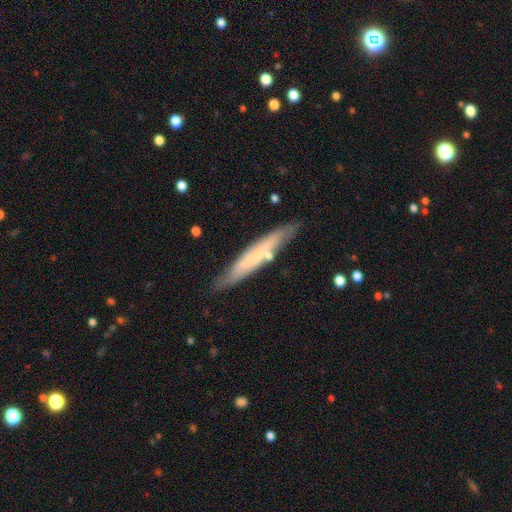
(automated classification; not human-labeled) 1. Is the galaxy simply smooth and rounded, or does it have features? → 48% smooth, 45% featured or disk, 6% star or artifact.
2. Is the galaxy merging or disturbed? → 80% none, 14% minor disturbance, 4% merger, 3% major disturbance.